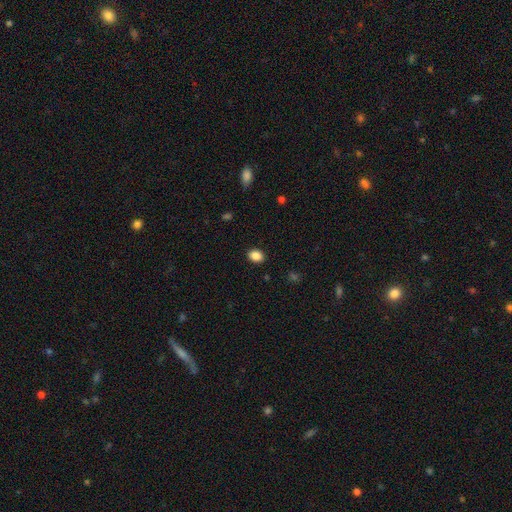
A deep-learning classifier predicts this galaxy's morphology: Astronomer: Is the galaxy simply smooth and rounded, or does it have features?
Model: smooth — 87%.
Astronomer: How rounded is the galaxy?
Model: in between — 64%.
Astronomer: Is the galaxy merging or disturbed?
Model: none — 90%.